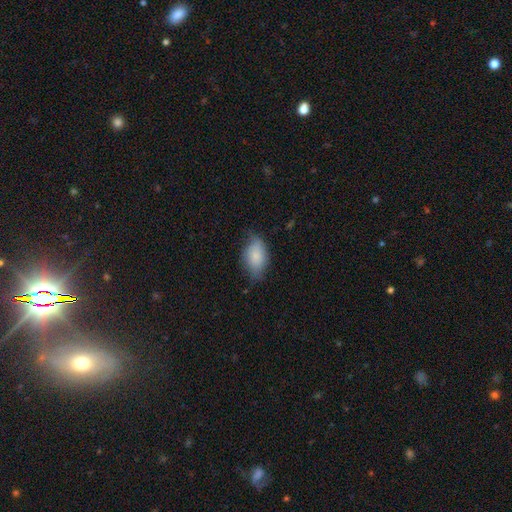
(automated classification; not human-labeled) Morphology: type=smooth (80%); roundness=in between (91%); merging=none (57%).